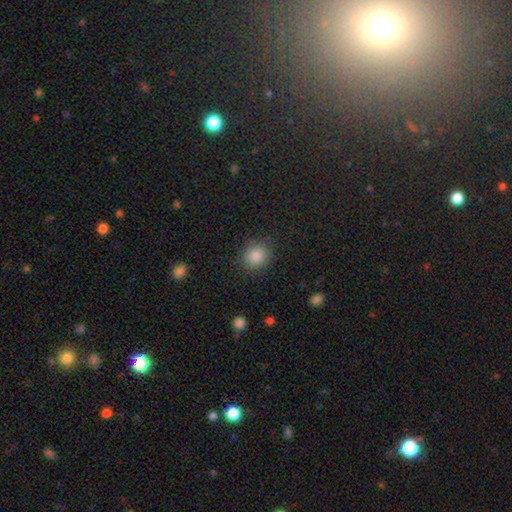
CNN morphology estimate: This is clearly a smooth galaxy (85%). How rounded: likely round (78%). Merging: clearly none (85%).